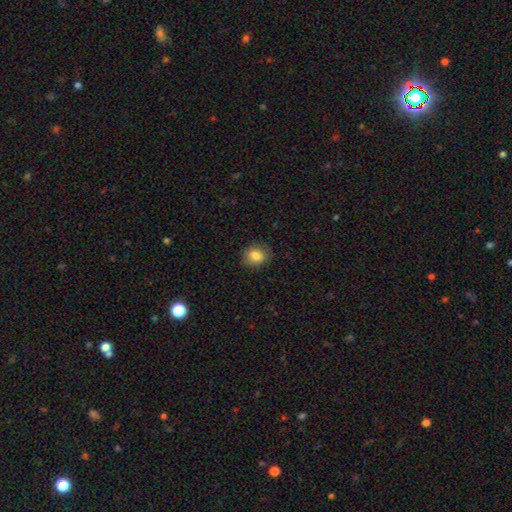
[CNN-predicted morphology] The model was most divided on "how rounded": round: 53%, in between: 46%, cigar-shaped: 1%. More confident: merging — none (83%); smooth or featured — smooth (82%).